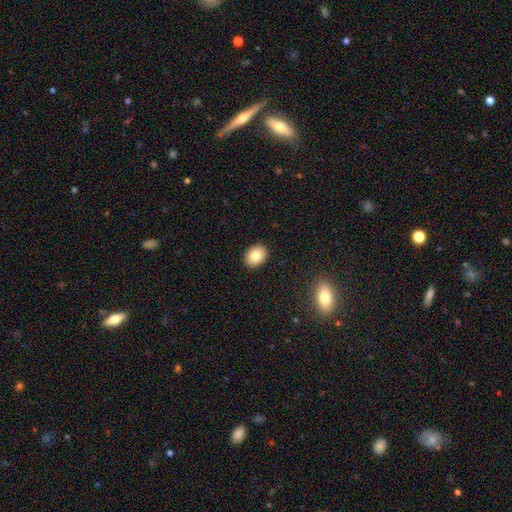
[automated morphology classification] Smooth or featured? smooth (81%)
How rounded? in between (70%)
Merging? none (91%)